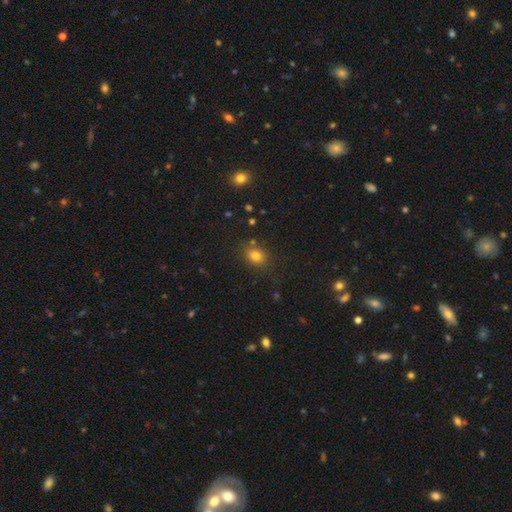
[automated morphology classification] Smooth or featured? smooth (78%)
How rounded? round (50%)
Merging? none (79%)